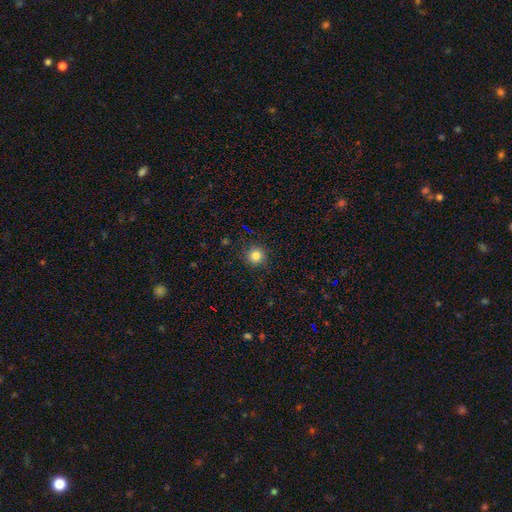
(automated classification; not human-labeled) Smooth or featured?
  - smooth: 82% *
  - star or artifact: 13%
  - featured or disk: 6%
How rounded?
  - round: 94% *
  - in between: 5%
  - cigar-shaped: 1%
Merging?
  - none: 88% *
  - minor disturbance: 8%
  - major disturbance: 3%
  - merger: 1%